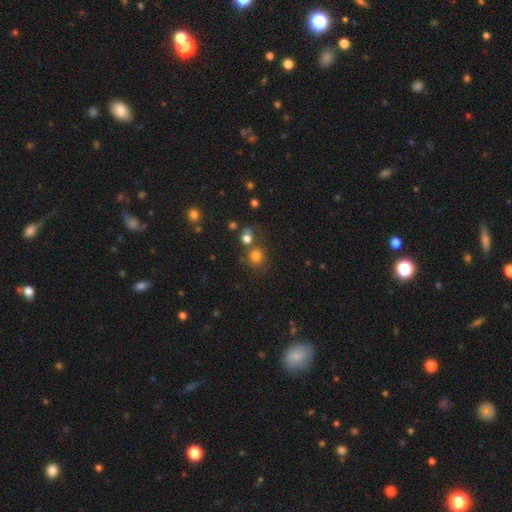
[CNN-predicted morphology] The model was most divided on "merging": none: 58%, merger: 23%, minor disturbance: 12%, major disturbance: 6%. More confident: how rounded — round (85%); smooth or featured — smooth (77%).